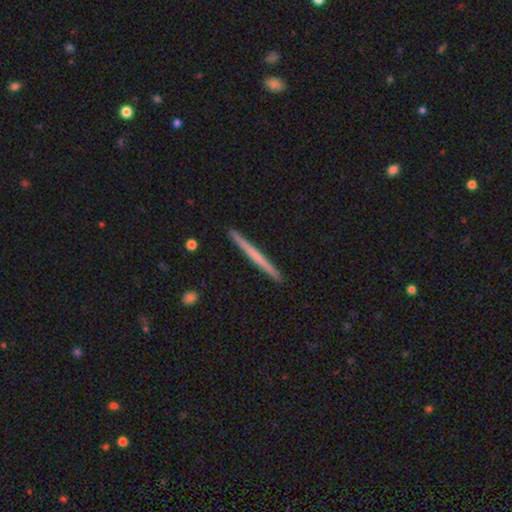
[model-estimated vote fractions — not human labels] A smooth galaxy with no disk features (51%) that is cigar-shaped (97%).

Vote fractions:
- Smooth or featured? smooth: 51% / featured or disk: 44% / star or artifact: 5%
- How rounded? cigar-shaped: 97% / in between: 2% / round: 1%
- Merging? none: 93% / minor disturbance: 5% / major disturbance: 1% / merger: 1%